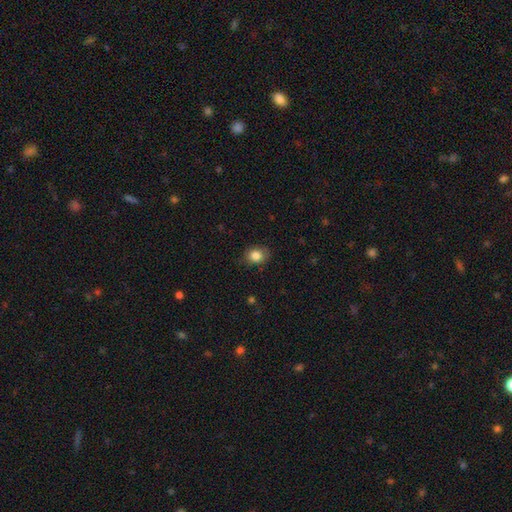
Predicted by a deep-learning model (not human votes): Smooth or featured? smooth (84%)
How rounded? in between (50%)
Merging? none (78%)